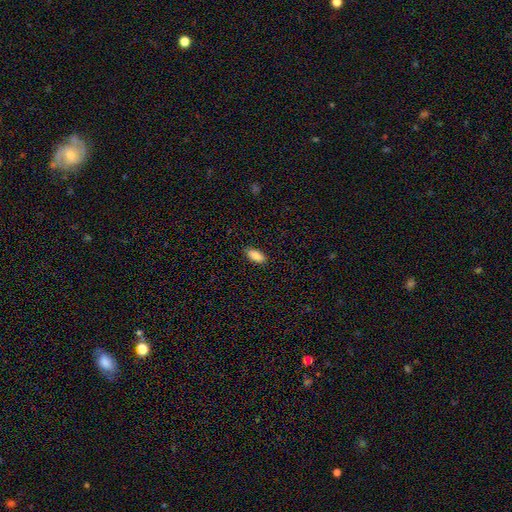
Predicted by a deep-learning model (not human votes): Q: Smooth or featured?
A: smooth (88%); runner-up: star or artifact (7%)
Q: How rounded?
A: in between (89%); runner-up: cigar-shaped (9%)
Q: Merging?
A: none (89%); runner-up: minor disturbance (8%)